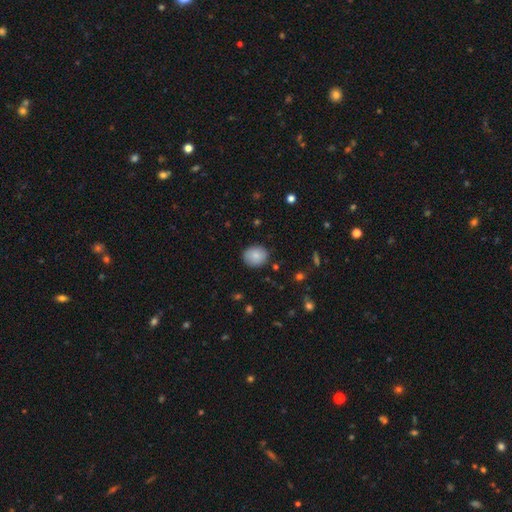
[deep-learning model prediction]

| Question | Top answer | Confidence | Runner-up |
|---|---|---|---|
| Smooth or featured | smooth | 84% | featured or disk (8%) |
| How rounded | round | 73% | in between (26%) |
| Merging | none | 86% | minor disturbance (10%) |